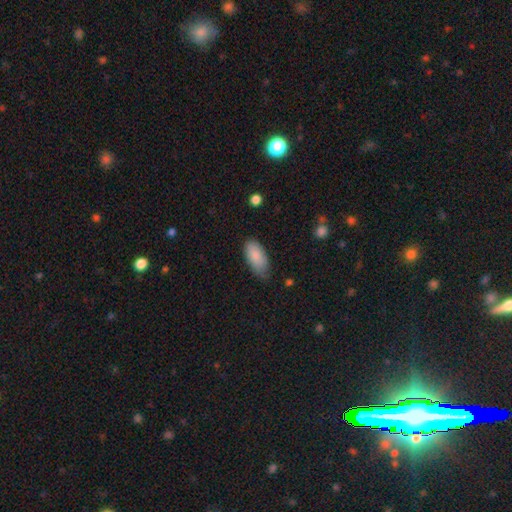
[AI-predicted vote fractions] Smooth or featured?
  - smooth: 87% *
  - featured or disk: 7%
  - star or artifact: 6%
How rounded?
  - in between: 91% *
  - cigar-shaped: 7%
  - round: 2%
Merging?
  - none: 64% *
  - minor disturbance: 29%
  - major disturbance: 5%
  - merger: 2%